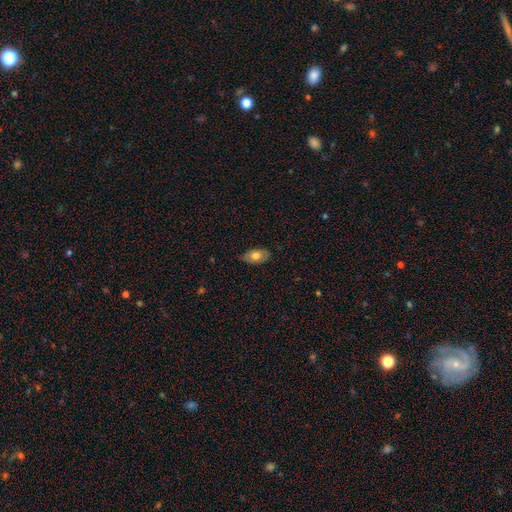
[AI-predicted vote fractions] Smooth or featured? smooth (65%)
How rounded? in between (92%)
Merging? none (79%)